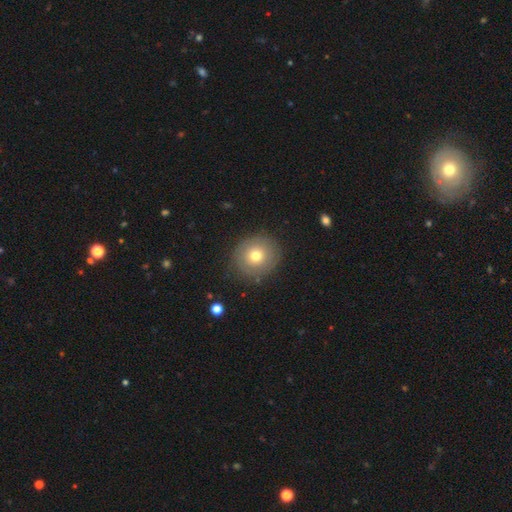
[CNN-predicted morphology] Smooth or featured: smooth — 66% (featured or disk — 24%)
How rounded: round — 87% (in between — 12%)
Merging: none — 83% (minor disturbance — 11%)